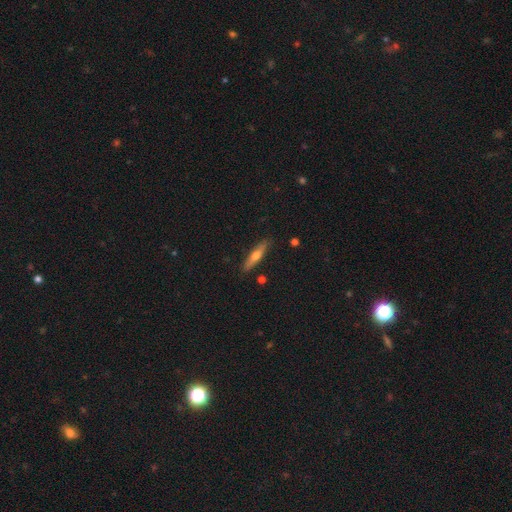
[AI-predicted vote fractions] Q: Smooth or featured?
A: featured or disk (49%); runner-up: smooth (45%)
Q: Merging?
A: none (87%); runner-up: minor disturbance (9%)